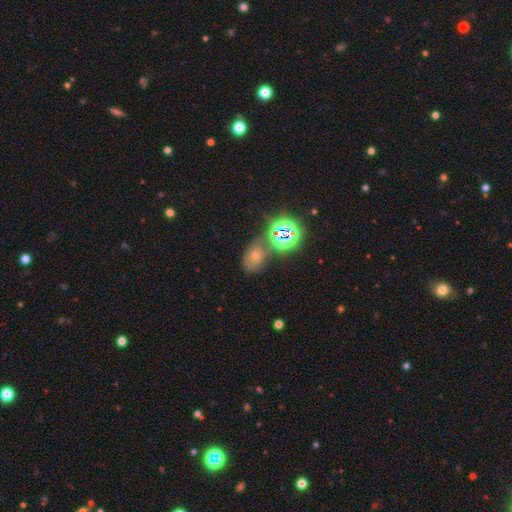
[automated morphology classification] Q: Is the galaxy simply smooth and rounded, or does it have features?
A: smooth — 39%.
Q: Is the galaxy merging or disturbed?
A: none — 57%.